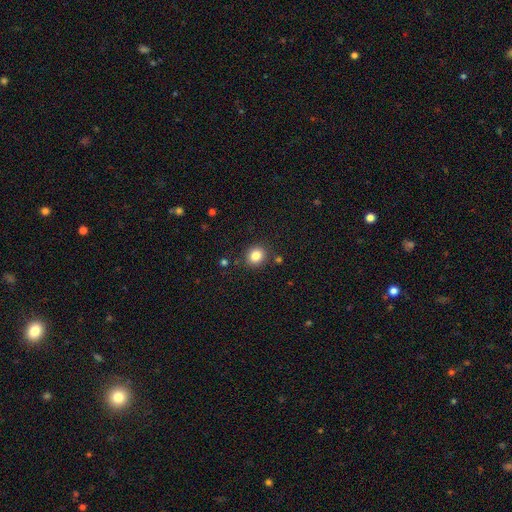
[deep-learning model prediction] Morphology: type=smooth (84%); roundness=round (78%); merging=none (86%).